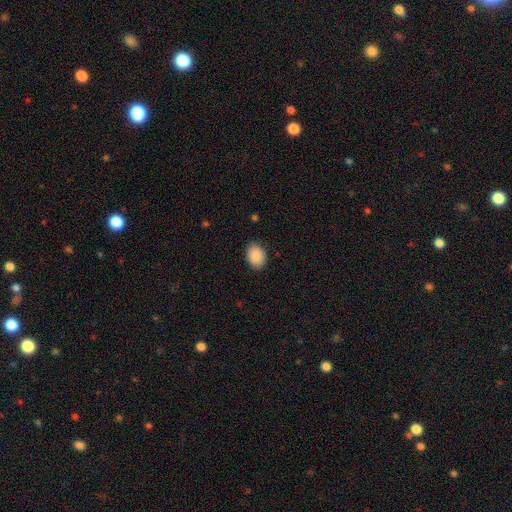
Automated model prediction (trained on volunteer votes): Smooth or featured? Predicted: smooth (p=0.90). How rounded? Predicted: in between (p=0.66). Merging? Predicted: none (p=0.86).